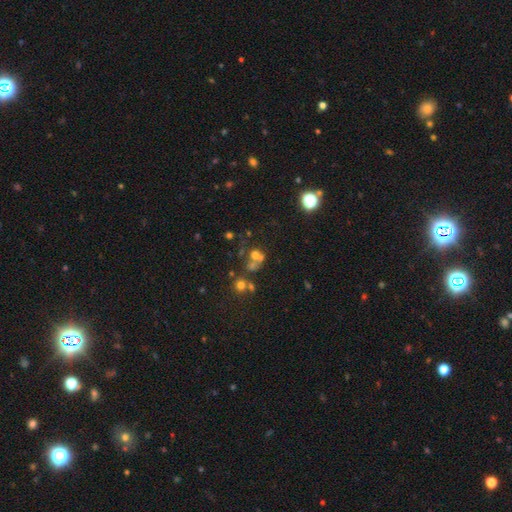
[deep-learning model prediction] Morphology: type=smooth (52%); roundness=round (74%); merging=merger (46%).